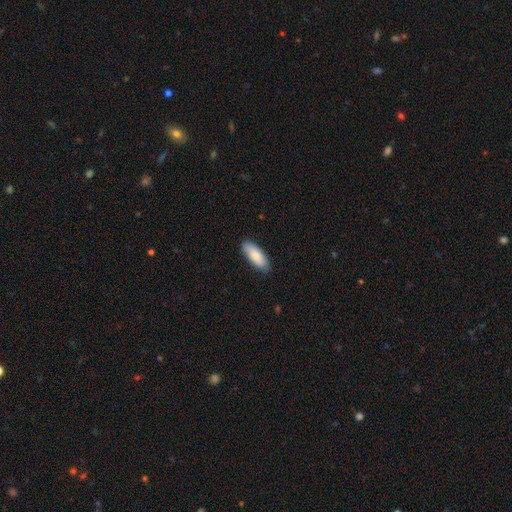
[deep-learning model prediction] smooth 84%, featured or disk 10%, star or artifact 5%. Down the decision tree: how rounded — in between (75%); merging — none (85%).